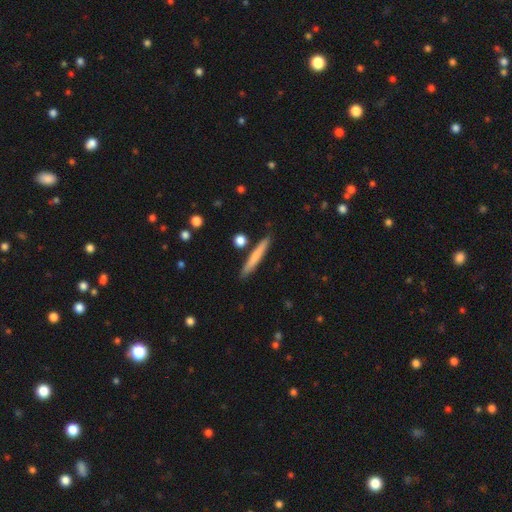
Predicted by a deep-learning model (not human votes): A smooth galaxy with no disk features (70%) that is cigar-shaped (95%).

Vote fractions:
- Smooth or featured? smooth: 70% / featured or disk: 24% / star or artifact: 6%
- How rounded? cigar-shaped: 95% / in between: 3% / round: 2%
- Merging? none: 87% / minor disturbance: 8% / merger: 3% / major disturbance: 2%